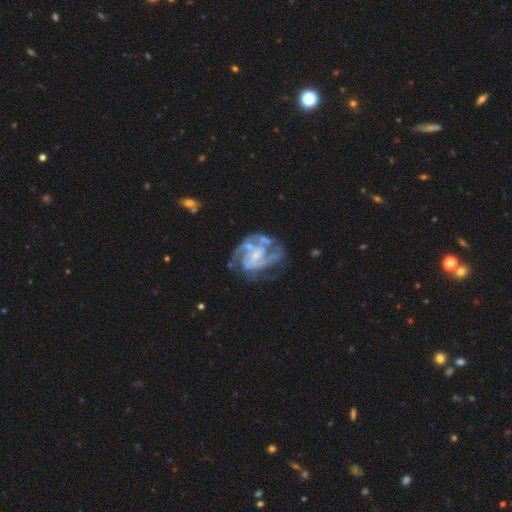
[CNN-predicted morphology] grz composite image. It shows a featured or disk galaxy (88%) with a weak bar (42%), 2 (32%) tight (44%, tied with medium) spiral arms (93%) and a small central bulge (55%). Merging: none (51%).